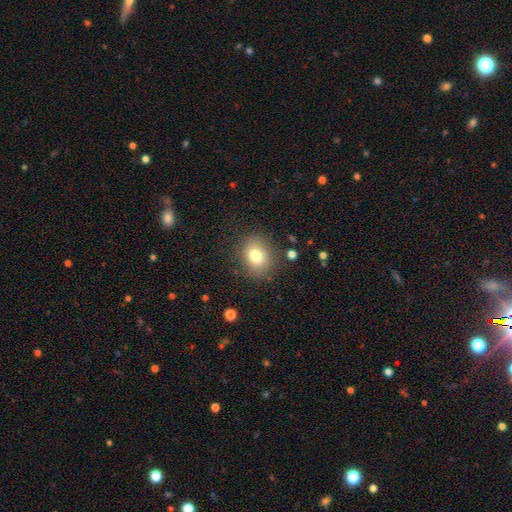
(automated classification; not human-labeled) Q: Smooth or featured?
A: smooth (78%); runner-up: star or artifact (11%)
Q: How rounded?
A: round (59%); runner-up: in between (40%)
Q: Merging?
A: none (83%); runner-up: minor disturbance (11%)